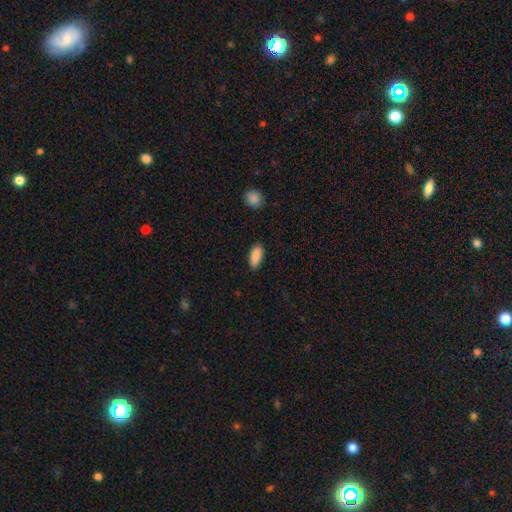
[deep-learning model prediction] Overall: smooth (89%). How rounded: in between (87%). Merging: none (84%).